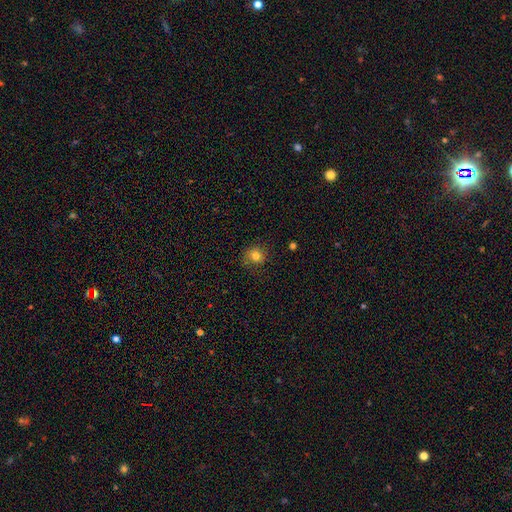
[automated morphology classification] This appears to be a smooth galaxy with no disk features (80%) that is round (83%). Merging: none (78%).